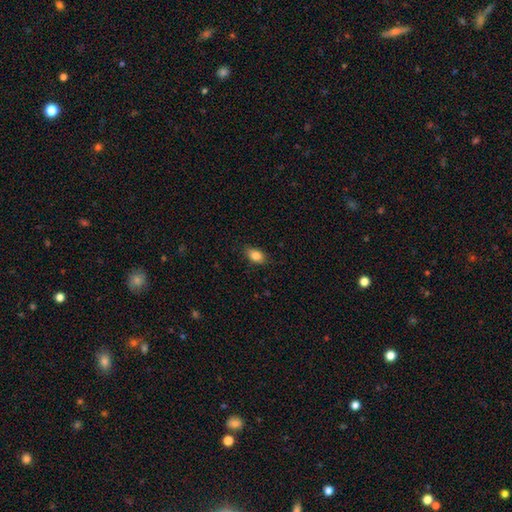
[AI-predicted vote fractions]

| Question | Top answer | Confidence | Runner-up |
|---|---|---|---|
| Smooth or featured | smooth | 85% | star or artifact (8%) |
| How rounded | in between | 86% | round (11%) |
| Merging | none | 85% | minor disturbance (12%) |